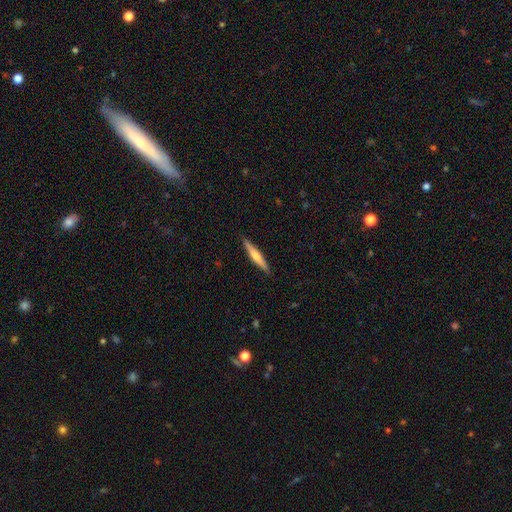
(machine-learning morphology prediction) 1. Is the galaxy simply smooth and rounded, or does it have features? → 53% featured or disk, 41% smooth, 5% star or artifact.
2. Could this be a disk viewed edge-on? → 97% yes, 3% no.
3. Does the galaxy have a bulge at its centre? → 74% rounded, 16% none, 10% boxy.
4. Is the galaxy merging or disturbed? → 91% none, 7% minor disturbance, 1% major disturbance, 1% merger.